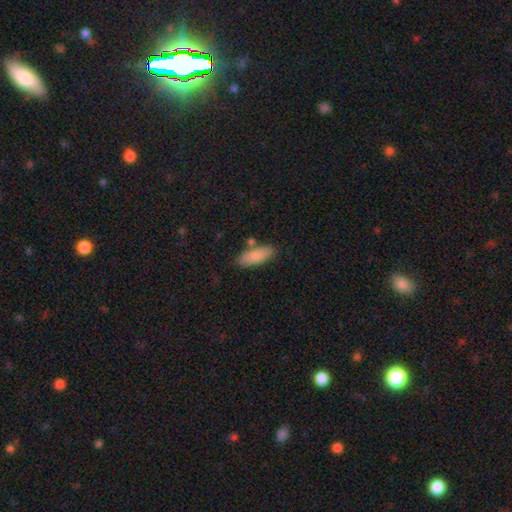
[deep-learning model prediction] Smooth or featured? smooth (85%)
How rounded? in between (71%)
Merging? none (76%)